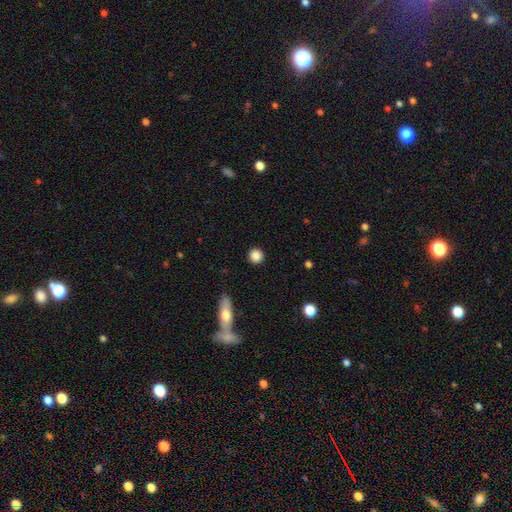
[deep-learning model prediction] Morphology: type=smooth (87%); roundness=round (94%); merging=none (92%).